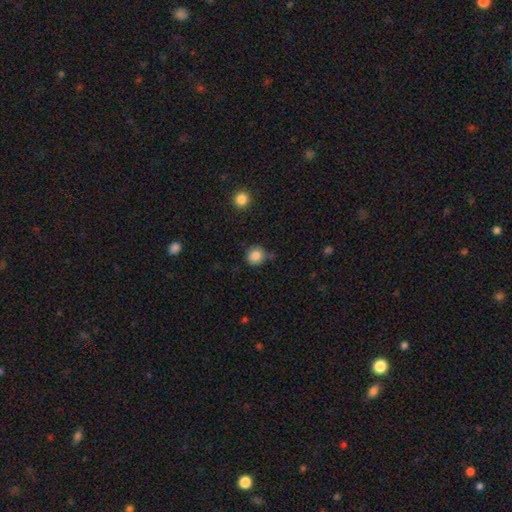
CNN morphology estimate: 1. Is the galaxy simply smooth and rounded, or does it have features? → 85% smooth, 10% star or artifact, 5% featured or disk.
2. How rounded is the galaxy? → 91% round, 8% in between, 1% cigar-shaped.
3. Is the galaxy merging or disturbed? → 74% none, 17% minor disturbance, 5% merger, 4% major disturbance.